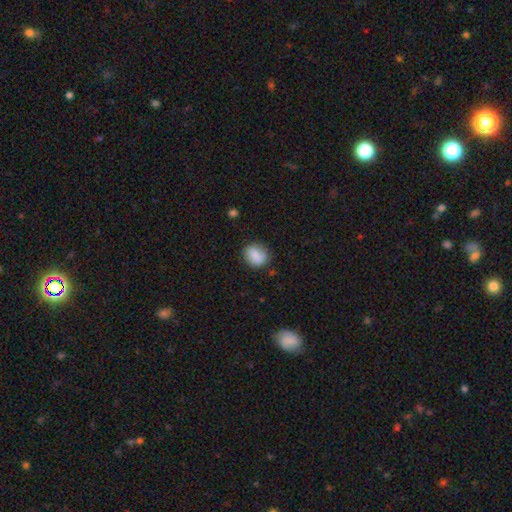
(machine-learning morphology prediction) smooth 83%, featured or disk 9%, star or artifact 8%. Down the decision tree: how rounded — round (66%); merging — none (80%).